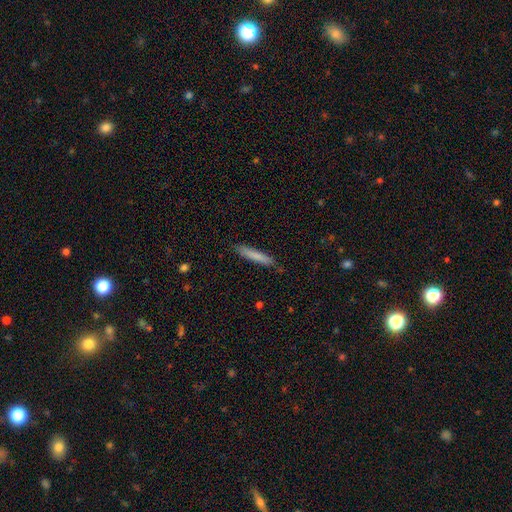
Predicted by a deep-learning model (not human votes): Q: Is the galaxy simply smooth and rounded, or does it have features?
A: smooth — 79%.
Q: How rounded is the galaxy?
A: cigar-shaped — 93%.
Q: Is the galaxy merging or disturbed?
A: none — 86%.